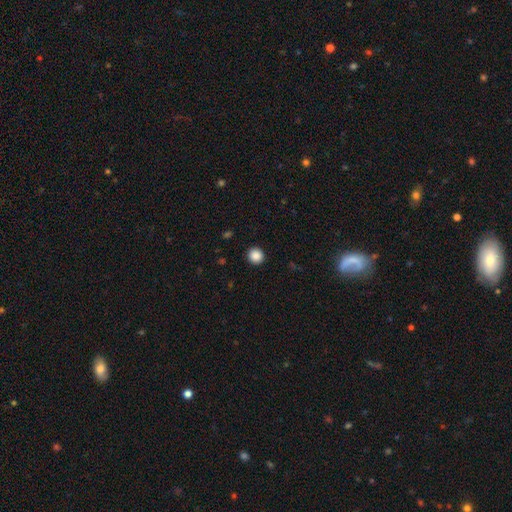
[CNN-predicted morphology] Overall: smooth (88%). How rounded: round (92%). Merging: none (92%).